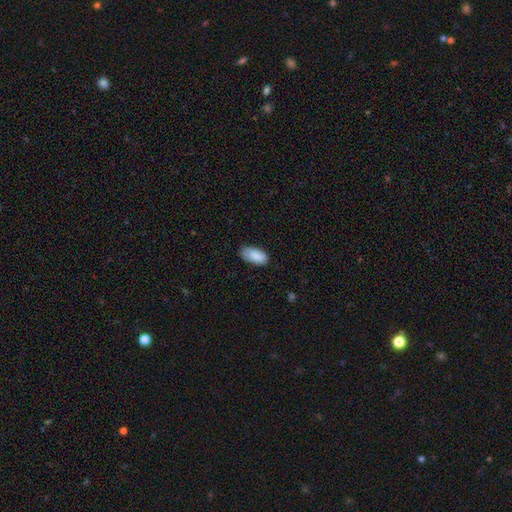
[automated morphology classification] A smooth galaxy with no disk features (88%) that is in between round and cigar-shaped (94%).

Vote fractions:
- Smooth or featured? smooth: 88% / featured or disk: 6% / star or artifact: 6%
- How rounded? in between: 94% / cigar-shaped: 4% / round: 2%
- Merging? none: 74% / minor disturbance: 22% / major disturbance: 3% / merger: 1%